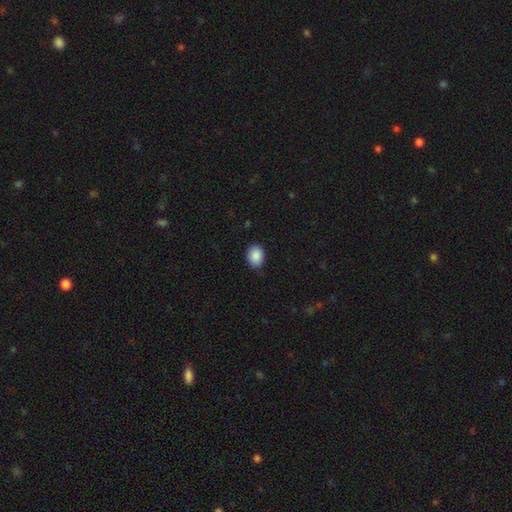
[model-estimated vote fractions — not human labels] smooth 89%, star or artifact 8%, featured or disk 3%. Down the decision tree: how rounded — in between (66%); merging — none (84%).